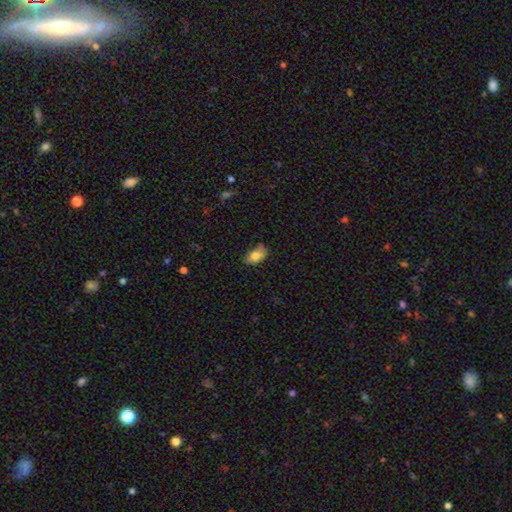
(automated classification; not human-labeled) Morphology: type=smooth (79%); roundness=in between (92%); merging=none (65%).